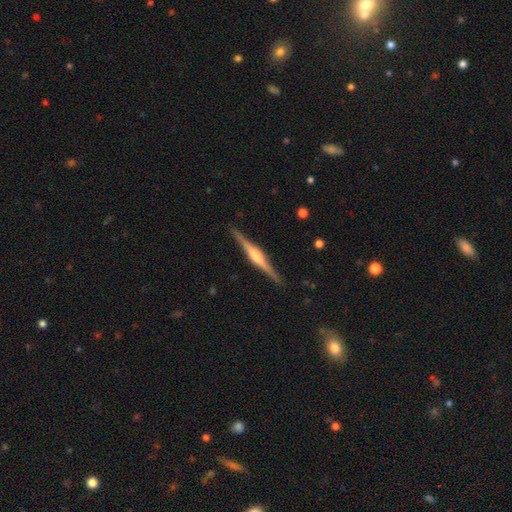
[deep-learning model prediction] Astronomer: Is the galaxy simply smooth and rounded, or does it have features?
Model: featured or disk — 82%.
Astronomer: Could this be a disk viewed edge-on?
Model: yes — 98%.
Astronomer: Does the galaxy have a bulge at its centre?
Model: rounded — 71%.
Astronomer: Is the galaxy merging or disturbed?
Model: none — 91%.